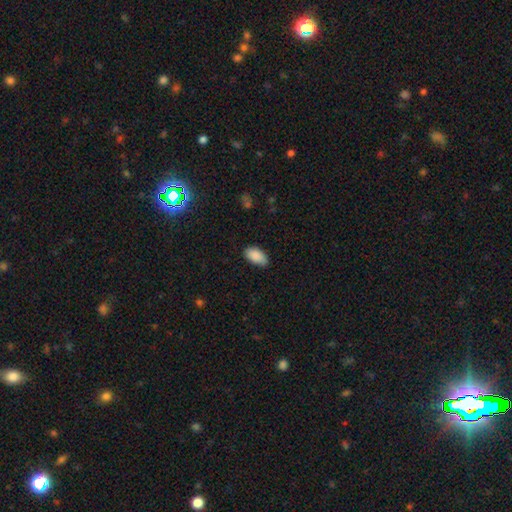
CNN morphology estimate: Overall: smooth (90%). How rounded: in between (94%). Merging: none (80%).